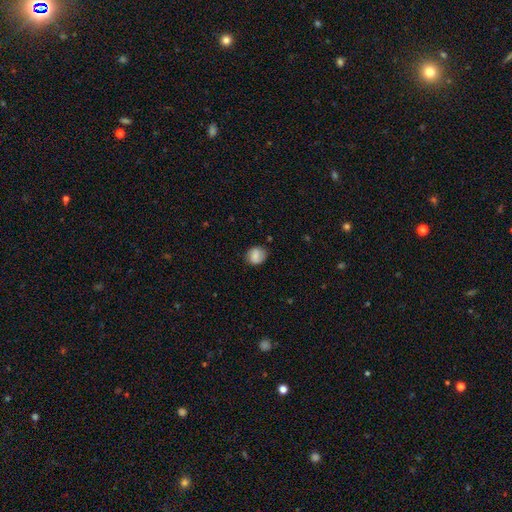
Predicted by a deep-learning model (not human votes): A smooth galaxy with no disk features (79%) that is round (72%).

Vote fractions:
- Smooth or featured? smooth: 79% / featured or disk: 12% / star or artifact: 8%
- How rounded? round: 72% / in between: 27% / cigar-shaped: 1%
- Merging? none: 75% / minor disturbance: 19% / major disturbance: 4% / merger: 2%